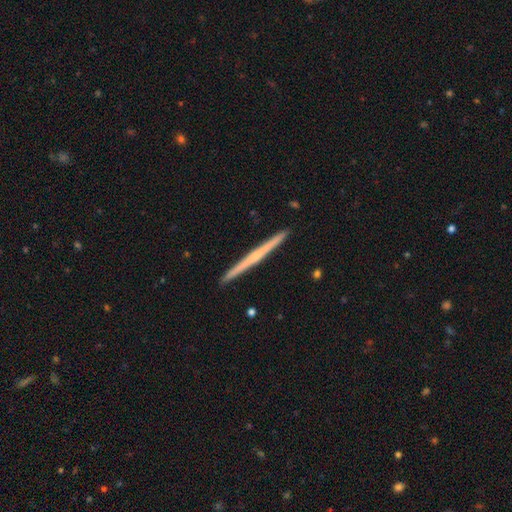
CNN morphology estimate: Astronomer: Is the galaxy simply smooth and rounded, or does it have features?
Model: featured or disk — 65%.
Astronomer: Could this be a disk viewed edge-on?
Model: yes — 98%.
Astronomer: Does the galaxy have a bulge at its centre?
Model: none — 60%.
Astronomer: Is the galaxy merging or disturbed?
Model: none — 94%.